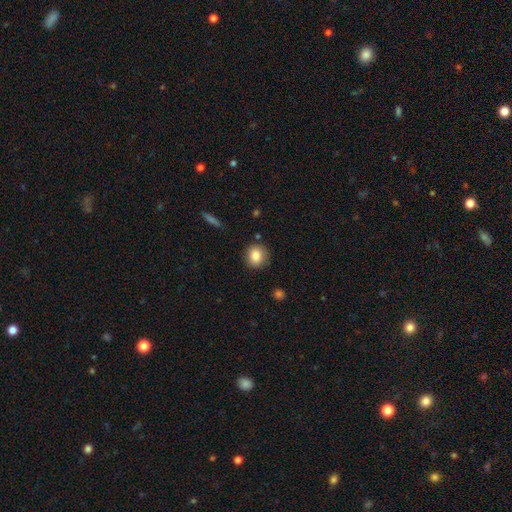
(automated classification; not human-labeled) Morphology: type=smooth (85%); roundness=round (78%); merging=none (84%).